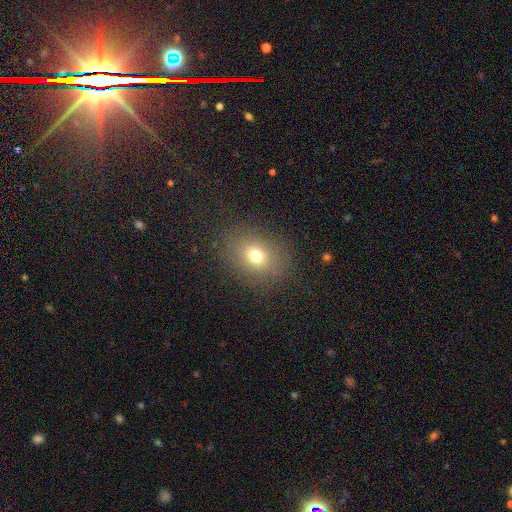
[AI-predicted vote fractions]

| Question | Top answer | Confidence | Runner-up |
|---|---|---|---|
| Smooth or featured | smooth | 71% | star or artifact (17%) |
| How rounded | round | 51% | in between (48%) |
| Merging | none | 83% | minor disturbance (11%) |